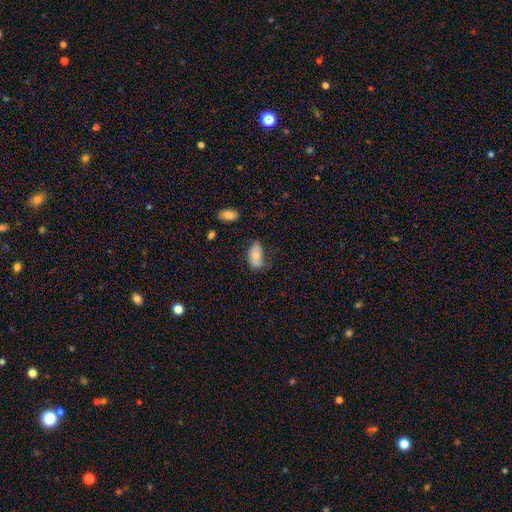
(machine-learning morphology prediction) A smooth galaxy with no disk features (66%) that is in between round and cigar-shaped (92%).

Vote fractions:
- Smooth or featured? smooth: 66% / featured or disk: 26% / star or artifact: 7%
- How rounded? in between: 92% / cigar-shaped: 4% / round: 3%
- Merging? none: 45% / minor disturbance: 36% / major disturbance: 16% / merger: 3%